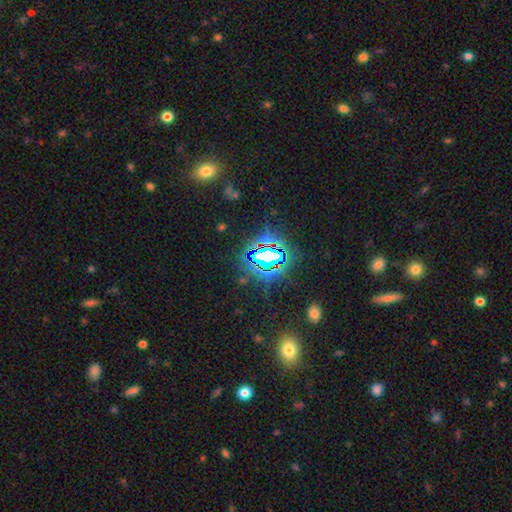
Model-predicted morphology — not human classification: Smooth or featured? star or artifact (79%)